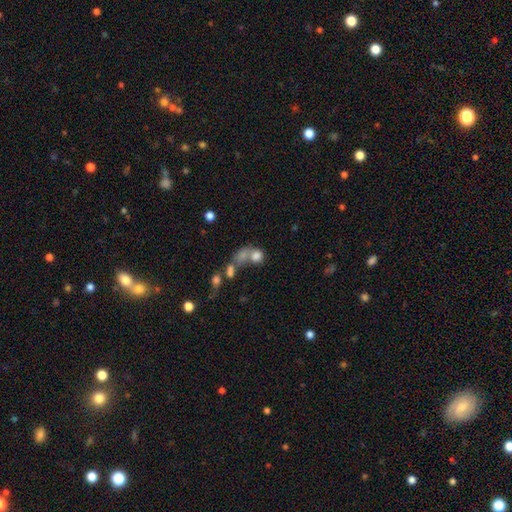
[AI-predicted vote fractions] Smooth or featured? smooth (71%)
How rounded? round (61%)
Merging? merger (57%)